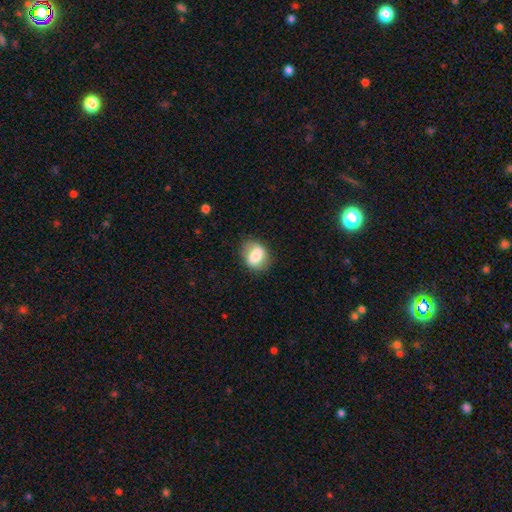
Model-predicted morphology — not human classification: Q: Smooth or featured?
A: smooth (75%); runner-up: featured or disk (18%)
Q: How rounded?
A: in between (55%); runner-up: round (44%)
Q: Merging?
A: none (77%); runner-up: minor disturbance (16%)